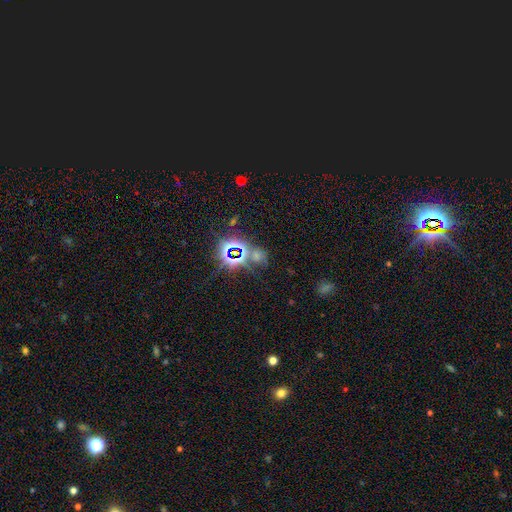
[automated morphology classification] Q: Smooth or featured?
A: star or artifact (75%); runner-up: smooth (16%)